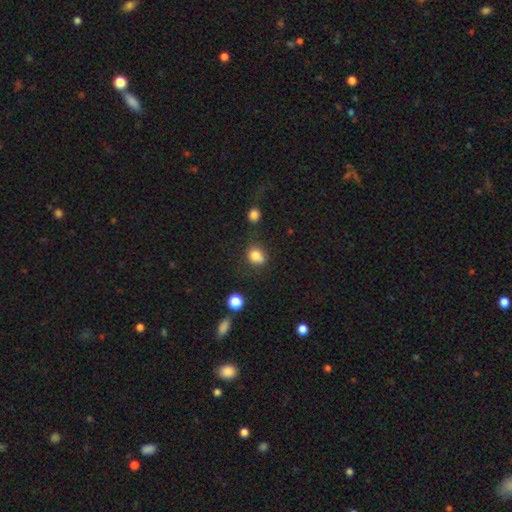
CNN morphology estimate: This appears to be a smooth galaxy with no disk features (81%) that is round (64%). Merging: none (59%).